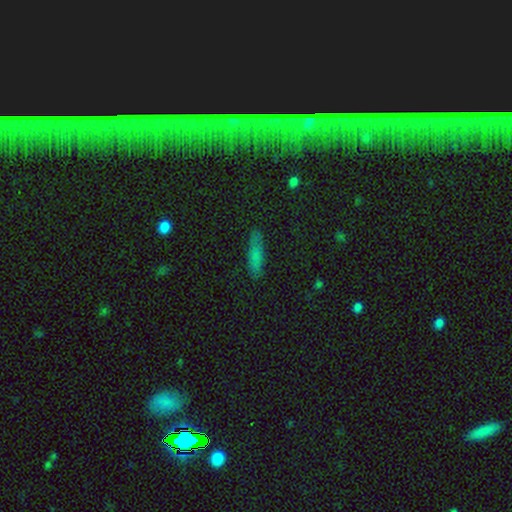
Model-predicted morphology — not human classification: Smooth or featured? Predicted: smooth (p=0.74). How rounded? Predicted: cigar-shaped (p=0.66). Merging? Predicted: none (p=0.83).